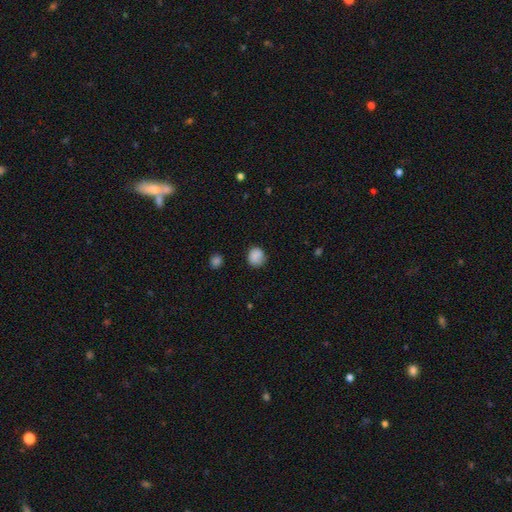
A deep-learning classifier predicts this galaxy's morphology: Smooth or featured? Predicted: smooth (p=0.84). How rounded? Predicted: round (p=0.84). Merging? Predicted: none (p=0.77).